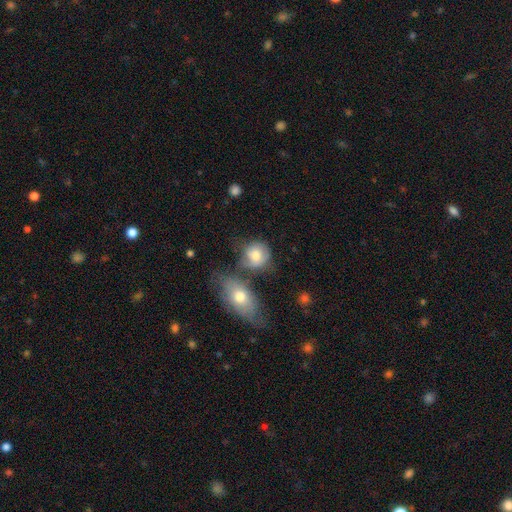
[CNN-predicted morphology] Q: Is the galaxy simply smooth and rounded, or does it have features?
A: smooth — 74%.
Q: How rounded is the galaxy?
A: round — 71%.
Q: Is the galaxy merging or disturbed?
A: none — 43%.